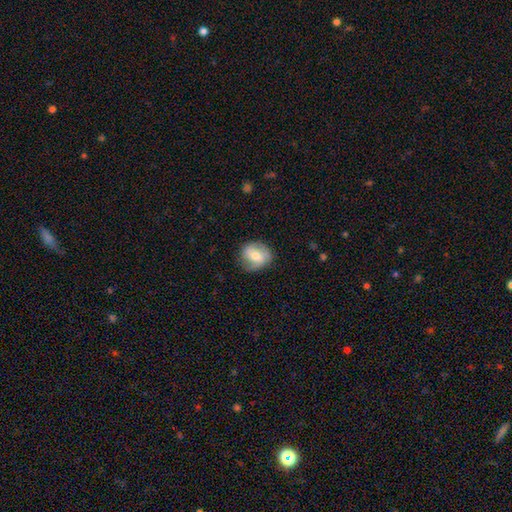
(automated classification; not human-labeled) Overall: smooth (52%; featured or disk 40%). How rounded: round (73%). Merging: none (76%).